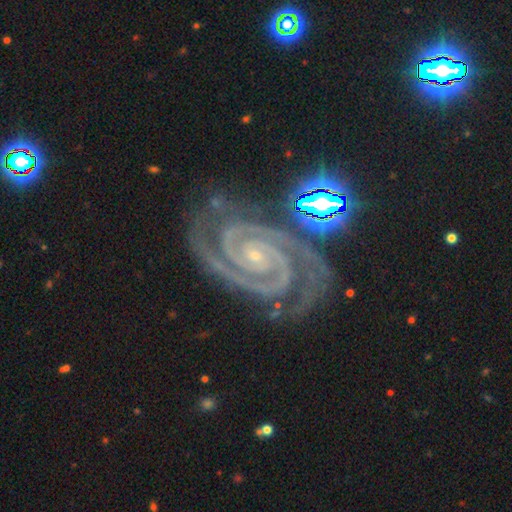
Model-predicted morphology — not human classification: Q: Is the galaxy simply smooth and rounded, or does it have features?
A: featured or disk — 92%.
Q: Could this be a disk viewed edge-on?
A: no — 98%.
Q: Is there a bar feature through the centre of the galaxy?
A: no — 63%.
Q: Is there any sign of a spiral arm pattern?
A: yes — 99%.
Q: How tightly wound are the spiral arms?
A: tight — 82%.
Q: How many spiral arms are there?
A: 2 — 79%.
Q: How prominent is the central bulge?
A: small — 87%.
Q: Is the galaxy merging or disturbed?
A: none — 77%.